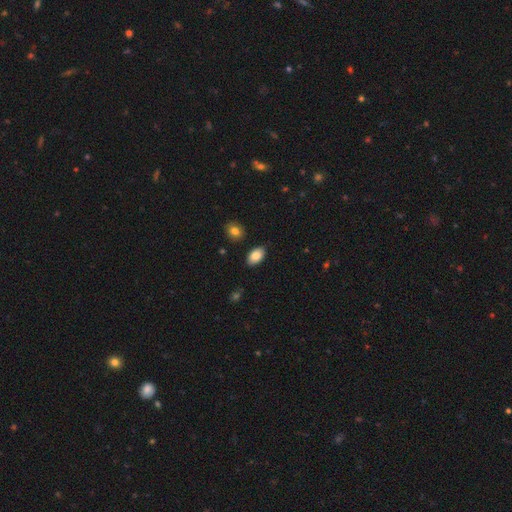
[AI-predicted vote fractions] smooth 84%, featured or disk 9%, star or artifact 7%. Down the decision tree: how rounded — in between (93%); merging — none (87%).